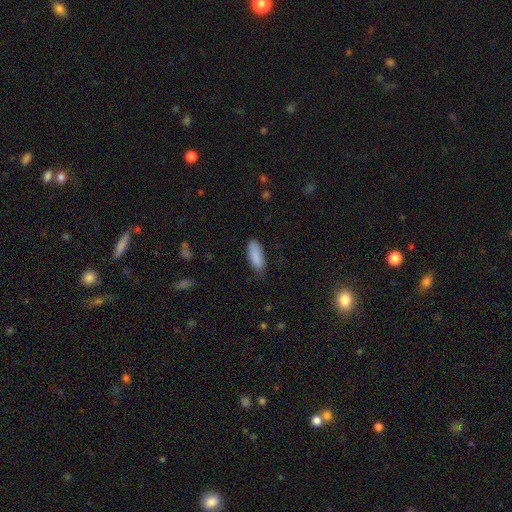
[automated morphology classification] The model was most divided on "merging": none: 74%, minor disturbance: 21%, major disturbance: 3%, merger: 1%. More confident: smooth or featured — smooth (88%); how rounded — in between (76%).